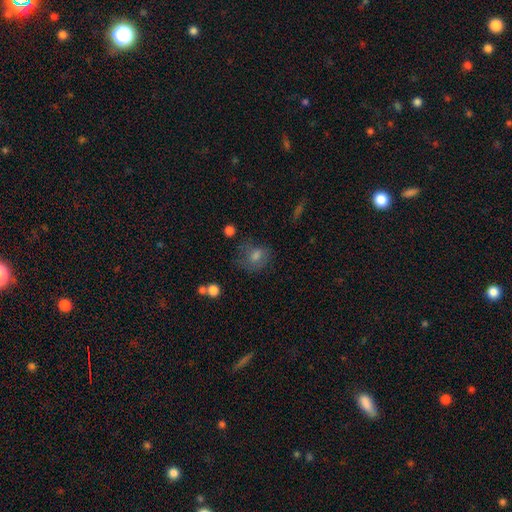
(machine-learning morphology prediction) This appears to be a smooth galaxy with no disk features (66%) that is round (55%). Merging: none (57%).